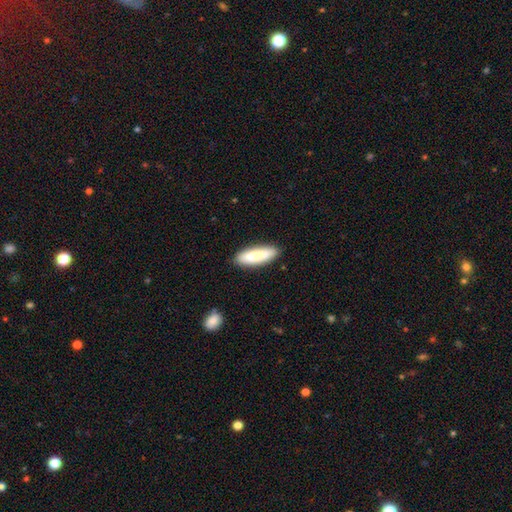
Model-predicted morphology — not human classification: type=smooth (84%); roundness=cigar-shaped (54%); merging=none (87%).